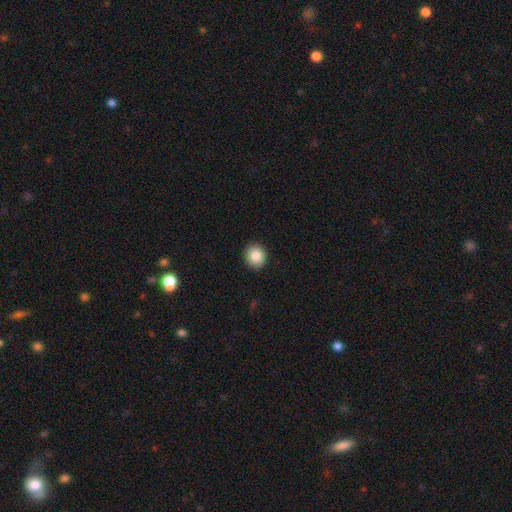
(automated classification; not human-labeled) Smooth or featured? smooth (86%)
How rounded? round (88%)
Merging? none (92%)